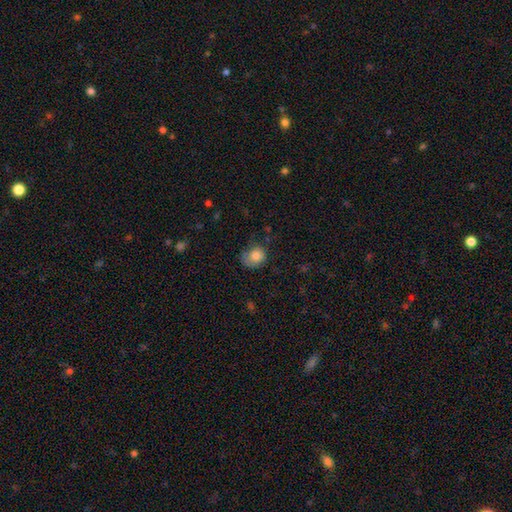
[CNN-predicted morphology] Smooth or featured?
  - smooth: 80% *
  - featured or disk: 12%
  - star or artifact: 9%
How rounded?
  - round: 69% *
  - in between: 30%
  - cigar-shaped: 1%
Merging?
  - none: 50% *
  - minor disturbance: 32%
  - major disturbance: 16%
  - merger: 2%